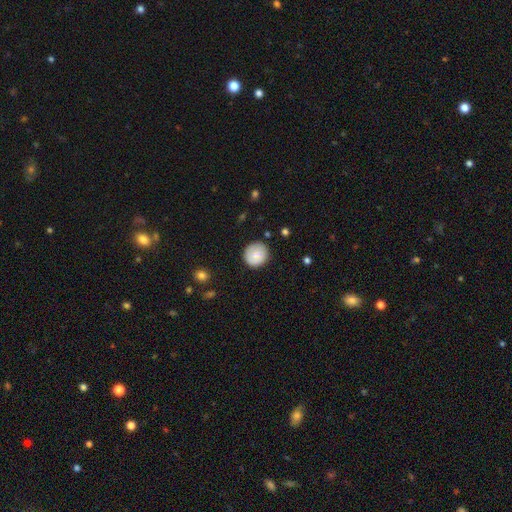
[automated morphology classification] type=smooth (81%); roundness=round (90%); merging=none (84%).